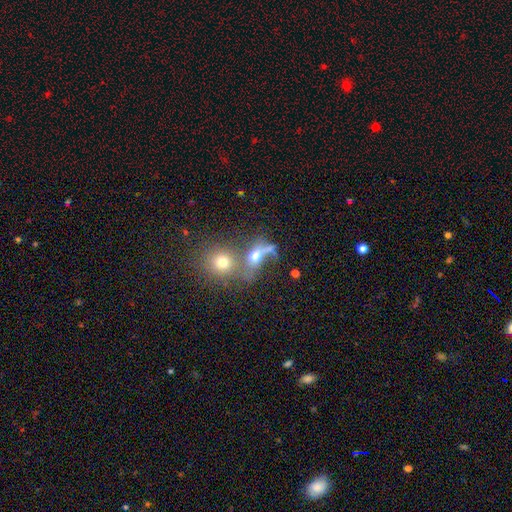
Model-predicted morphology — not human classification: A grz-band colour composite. It shows a smooth galaxy with no disk features (59%) that is round (48%). Merging: merger (55%).